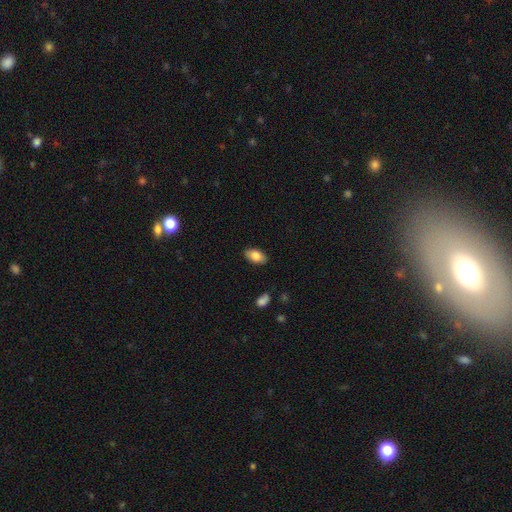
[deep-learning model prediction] The model was most divided on "smooth or featured": smooth: 82%, featured or disk: 11%, star or artifact: 7%. More confident: how rounded — in between (93%); merging — none (87%).